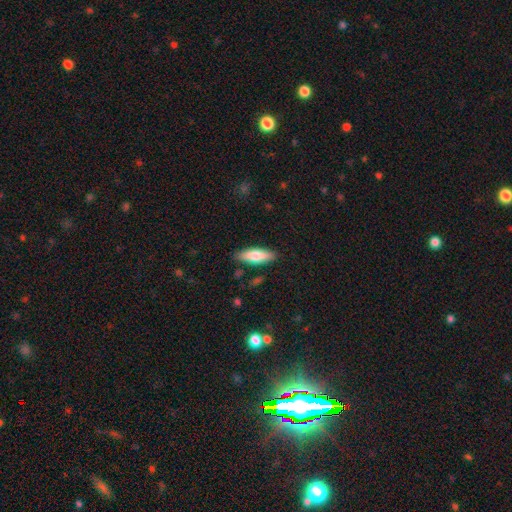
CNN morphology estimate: type=smooth (74%); roundness=in between (53%); merging=none (85%).